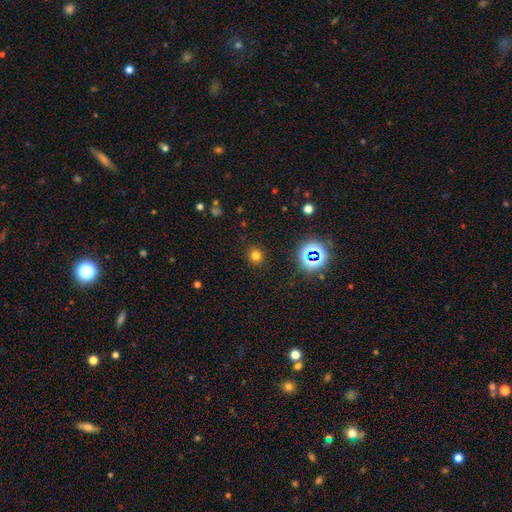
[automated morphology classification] Smooth or featured: smooth — 72% (star or artifact — 22%)
How rounded: round — 90% (in between — 9%)
Merging: none — 90% (minor disturbance — 6%)